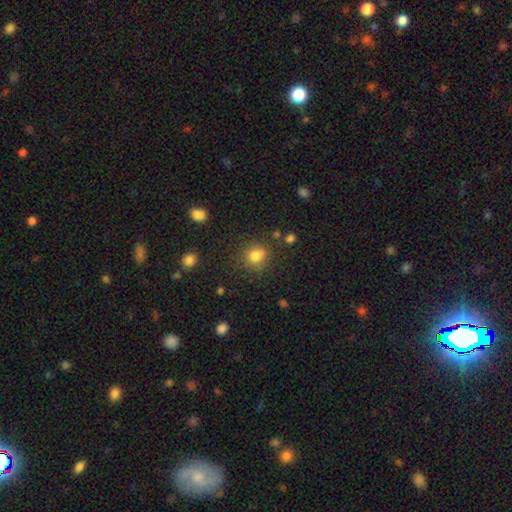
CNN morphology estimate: Smooth or featured? smooth (80%)
How rounded? round (73%)
Merging? none (70%)